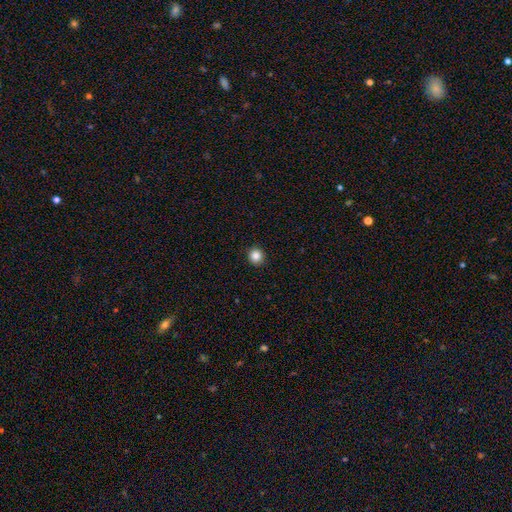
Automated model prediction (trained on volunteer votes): This appears to be a smooth galaxy with no disk features (85%) that is round (93%). Merging: none (92%).